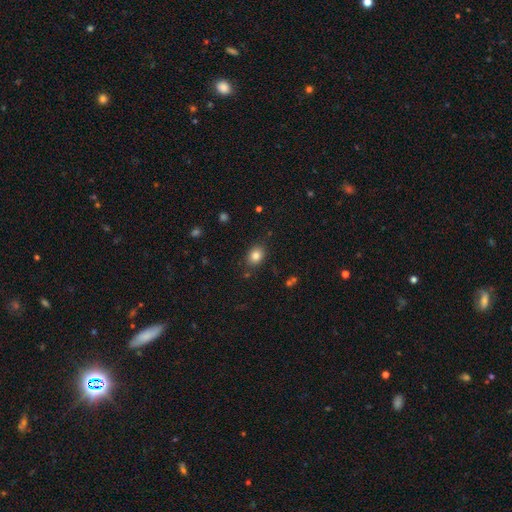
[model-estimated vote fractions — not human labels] Morphology: type=smooth (82%); roundness=in between (55%); merging=none (85%).